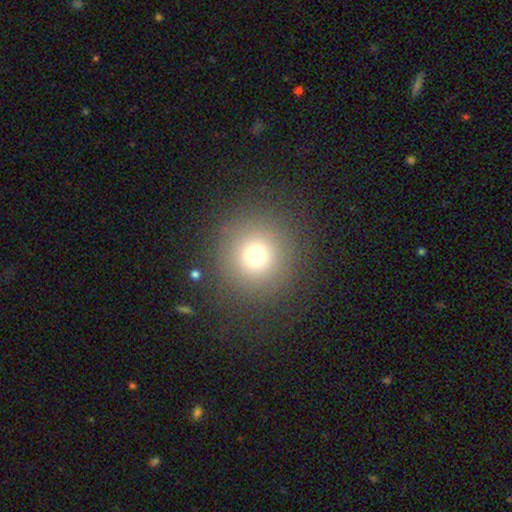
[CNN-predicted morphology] Smooth or featured? Predicted: smooth (p=0.72). How rounded? Predicted: round (p=0.95). Merging? Predicted: none (p=0.87).